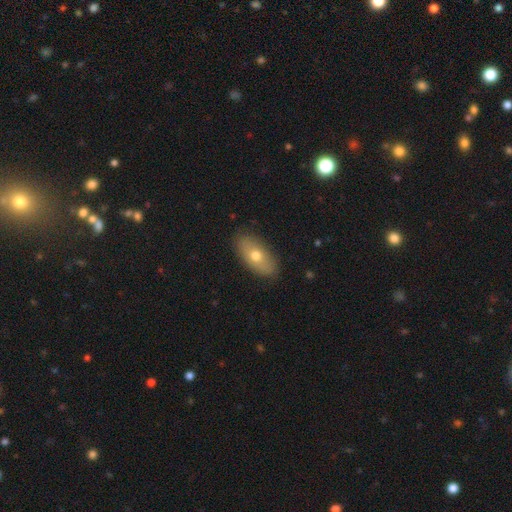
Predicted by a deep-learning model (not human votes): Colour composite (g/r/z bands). It shows a smooth galaxy with no disk features (66%) that is in between round and cigar-shaped (89%). Merging: none (86%).